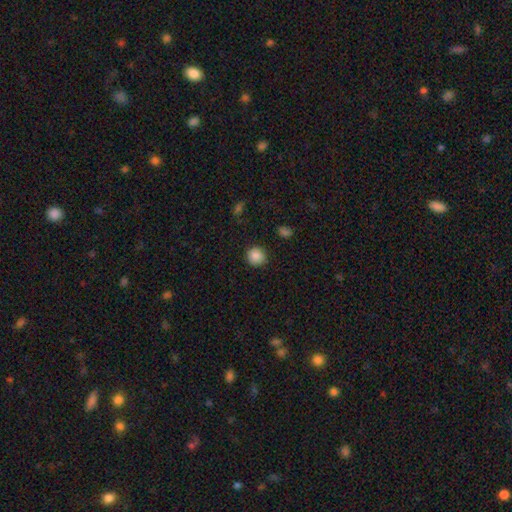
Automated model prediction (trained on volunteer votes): The model was most divided on "smooth or featured": smooth: 87%, star or artifact: 9%, featured or disk: 4%. More confident: how rounded — round (92%); merging — none (89%).